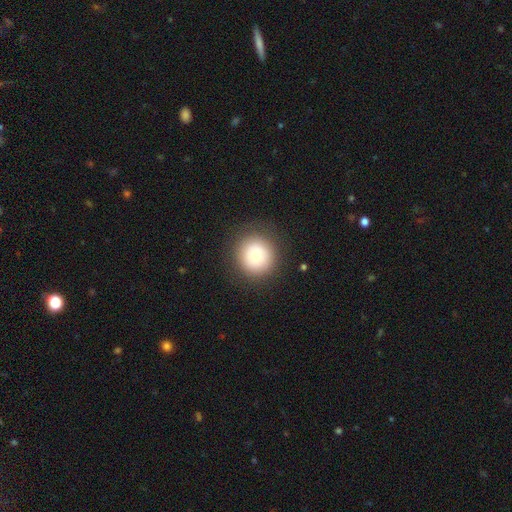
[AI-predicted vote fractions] The model was most divided on "smooth or featured": smooth: 79%, featured or disk: 11%, star or artifact: 10%. More confident: how rounded — round (93%); merging — none (88%).